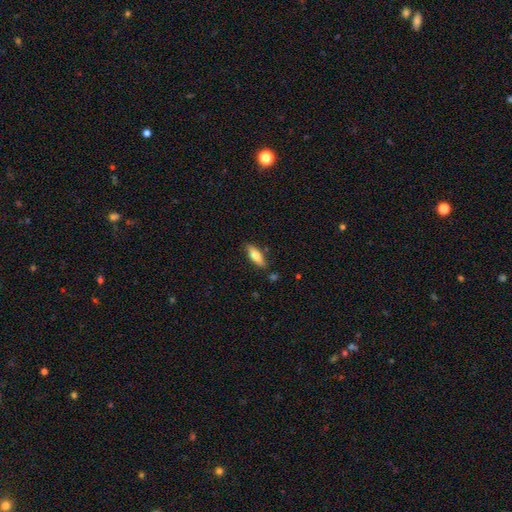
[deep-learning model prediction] A smooth galaxy with no disk features (77%) that is in between round and cigar-shaped (63%).

Vote fractions:
- Smooth or featured? smooth: 77% / featured or disk: 17% / star or artifact: 6%
- How rounded? in between: 63% / cigar-shaped: 35% / round: 2%
- Merging? none: 78% / minor disturbance: 15% / merger: 4% / major disturbance: 3%